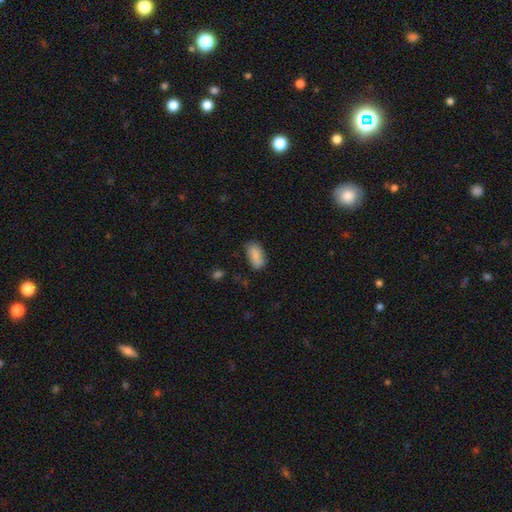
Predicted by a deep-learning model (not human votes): Smooth or featured? smooth (86%)
How rounded? in between (90%)
Merging? none (74%)